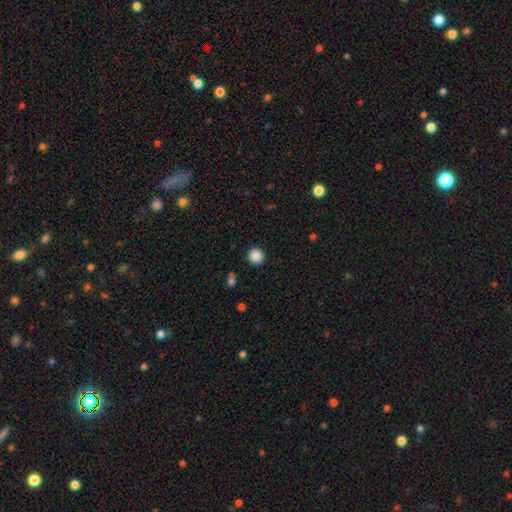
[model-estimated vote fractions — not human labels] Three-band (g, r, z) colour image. It shows a smooth galaxy with no disk features (88%) that is round (93%). Merging: none (92%).